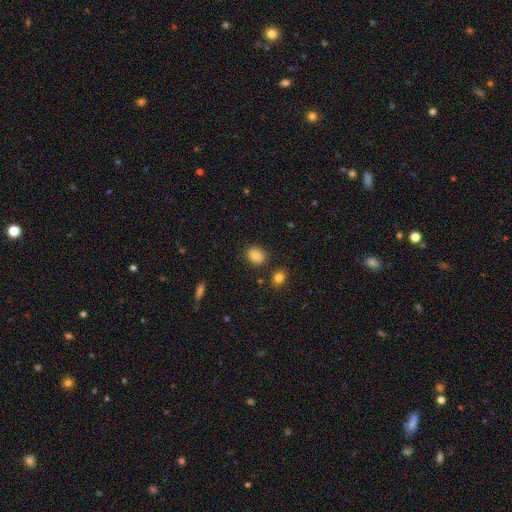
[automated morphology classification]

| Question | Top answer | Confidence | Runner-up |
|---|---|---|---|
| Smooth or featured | smooth | 84% | star or artifact (9%) |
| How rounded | round | 57% | in between (42%) |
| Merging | none | 85% | minor disturbance (9%) |